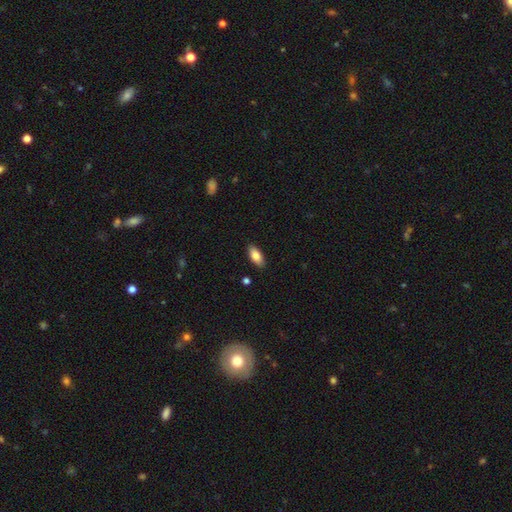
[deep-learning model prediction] smooth 81%, featured or disk 13%, star or artifact 7%. Down the decision tree: how rounded — in between (88%); merging — none (88%).